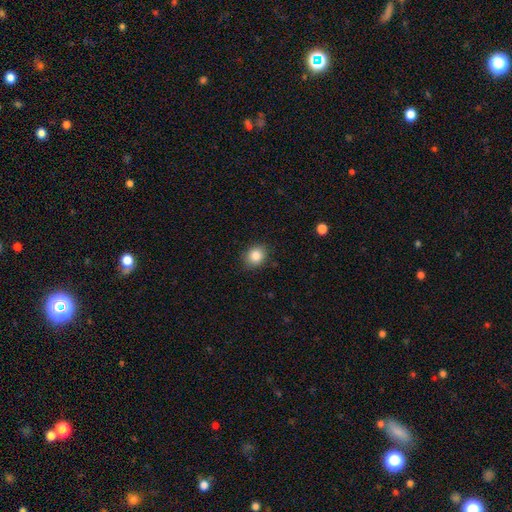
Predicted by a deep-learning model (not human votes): Smooth or featured?
  - smooth: 84% *
  - star or artifact: 10%
  - featured or disk: 6%
How rounded?
  - round: 62% *
  - in between: 37%
  - cigar-shaped: 1%
Merging?
  - none: 87% *
  - minor disturbance: 10%
  - major disturbance: 2%
  - merger: 1%